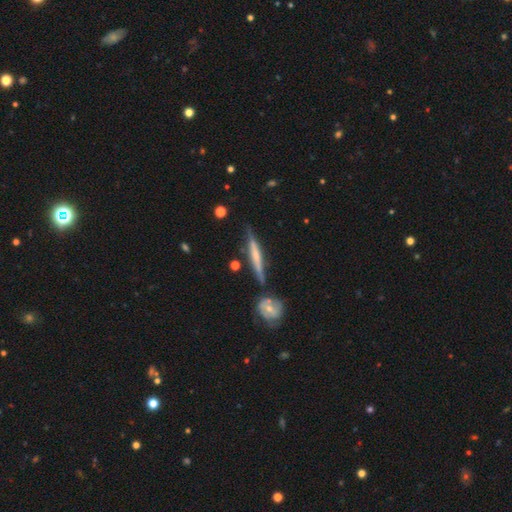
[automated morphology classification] smooth_or_featured: featured or disk (p=0.57) [alt: smooth p=0.37]
disk_edge_on: yes (p=0.93) [alt: no p=0.07]
edge_on_bulge: none (p=0.57) [alt: rounded p=0.27]
merging: none (p=0.74) [alt: minor disturbance p=0.16]